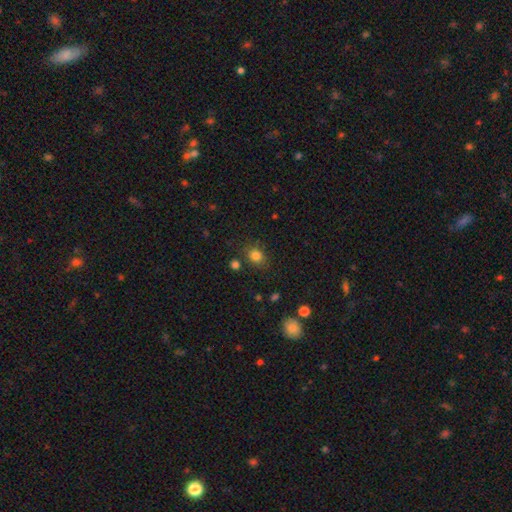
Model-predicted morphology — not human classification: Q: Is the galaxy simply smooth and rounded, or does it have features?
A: smooth — 81%.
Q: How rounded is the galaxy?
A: round — 64%.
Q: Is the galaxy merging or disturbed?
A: none — 78%.